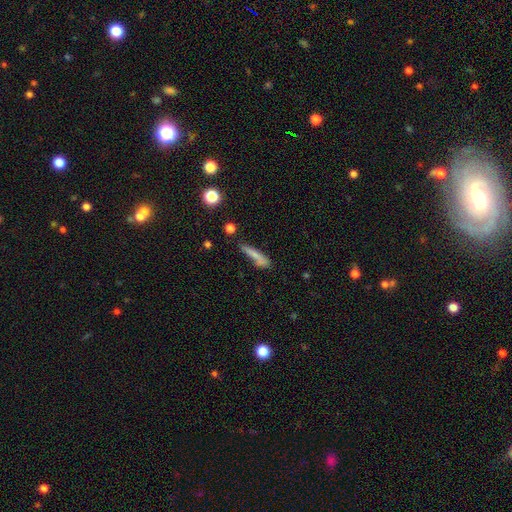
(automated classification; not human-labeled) The model was most divided on "merging": none: 58%, minor disturbance: 24%, merger: 9%, major disturbance: 8%. More confident: how rounded — cigar-shaped (87%); smooth or featured — smooth (72%).